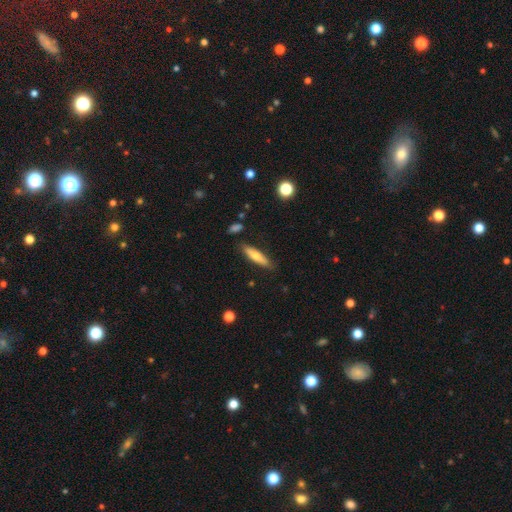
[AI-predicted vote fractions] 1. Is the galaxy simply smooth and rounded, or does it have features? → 60% smooth, 34% featured or disk, 6% star or artifact.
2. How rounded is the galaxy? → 73% cigar-shaped, 25% in between, 2% round.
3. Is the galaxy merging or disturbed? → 83% none, 12% minor disturbance, 2% major disturbance, 2% merger.